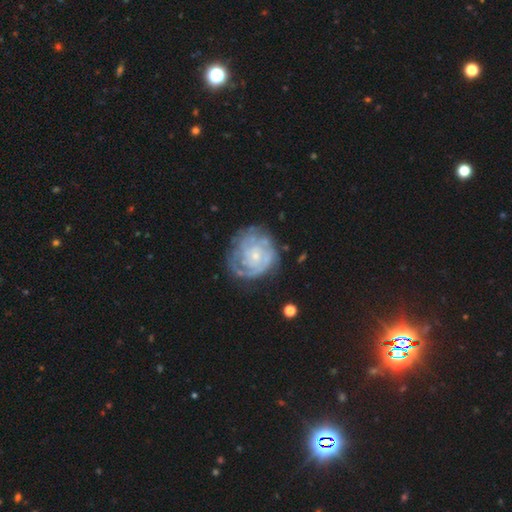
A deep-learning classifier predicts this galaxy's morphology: featured or disk 80%, smooth 14%, star or artifact 6%. Down the decision tree: edge-on disk — no (98%); bar — no (76%); spiral arms — yes (89%); spiral arm count — can't tell (43%); spiral winding — tight (69%); bulge size — small (73%); merging — none (64%).